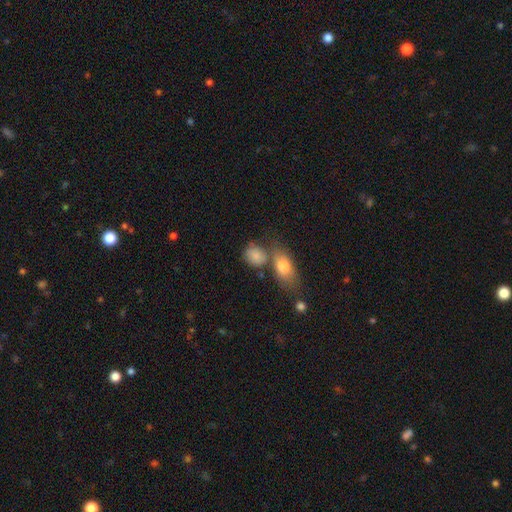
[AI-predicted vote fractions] Smooth or featured? Predicted: smooth (p=0.83). How rounded? Predicted: round (p=0.50). Merging? Predicted: none (p=0.50).